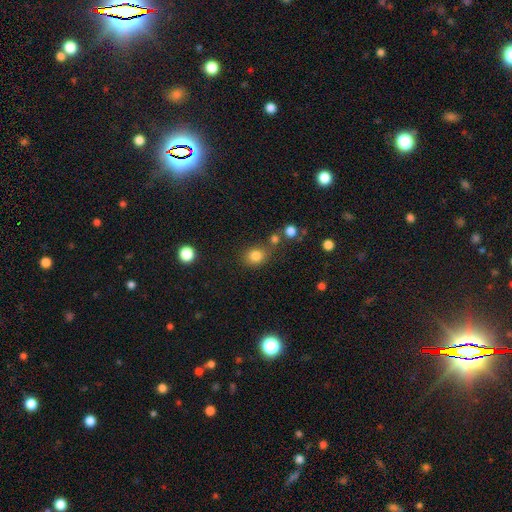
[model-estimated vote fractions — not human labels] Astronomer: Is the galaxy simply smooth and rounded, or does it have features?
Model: smooth — 81%.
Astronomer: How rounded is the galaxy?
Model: round — 69%.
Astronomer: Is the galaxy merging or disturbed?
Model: none — 65%.